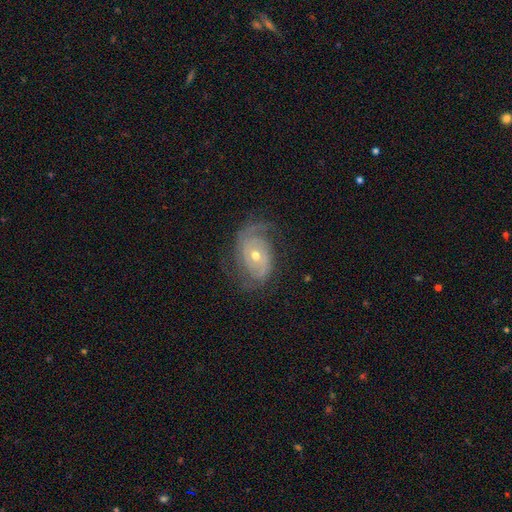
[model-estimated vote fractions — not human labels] This is clearly a featured or disk galaxy (82%). It is clearly not viewed edge-on (96%). Bar: likely no (71%). Spiral arm pattern: clearly yes (91%). Spiral arm count: possibly 2 (57%). Spiral winding: marginally tight (44%). Central bulge: possibly moderate (59%). Merging: likely none (64%).